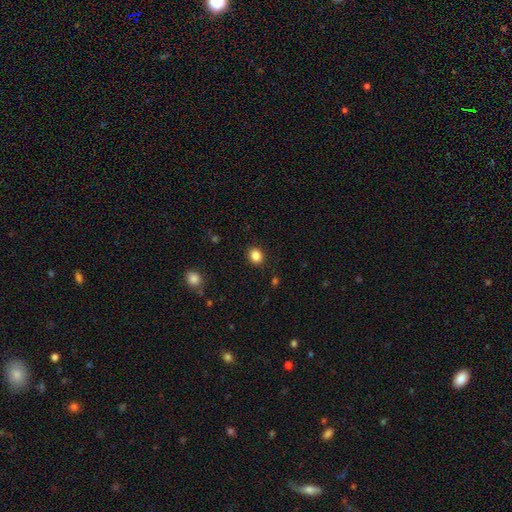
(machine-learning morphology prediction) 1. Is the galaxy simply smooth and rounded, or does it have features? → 85% smooth, 10% star or artifact, 4% featured or disk.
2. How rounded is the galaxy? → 66% round, 33% in between, 1% cigar-shaped.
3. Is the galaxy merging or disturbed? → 89% none, 7% minor disturbance, 2% major disturbance, 1% merger.